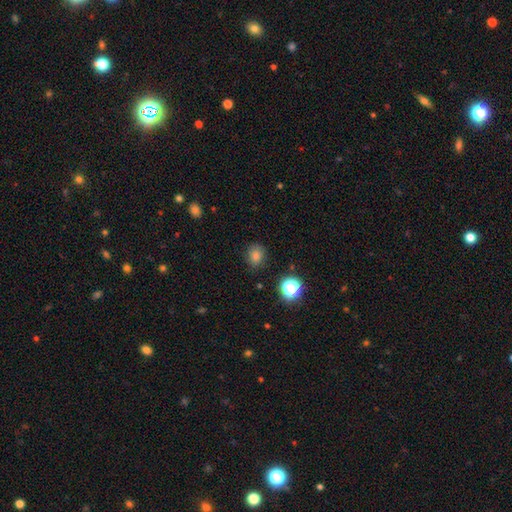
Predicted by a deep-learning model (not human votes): Smooth or featured? smooth (77%)
How rounded? round (63%)
Merging? none (84%)